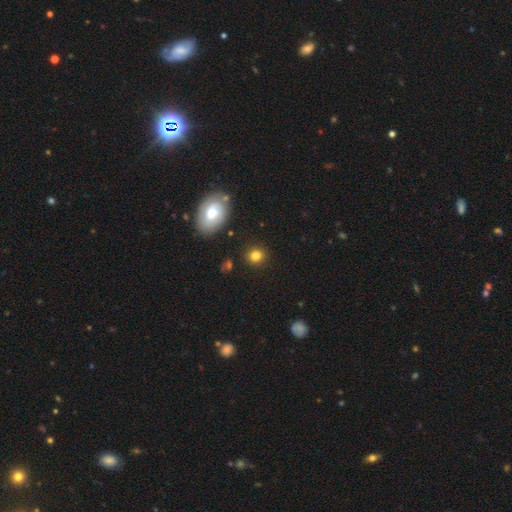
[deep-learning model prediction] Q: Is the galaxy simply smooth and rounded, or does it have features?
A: smooth — 81%.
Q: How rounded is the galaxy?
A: round — 86%.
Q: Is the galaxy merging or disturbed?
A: none — 88%.